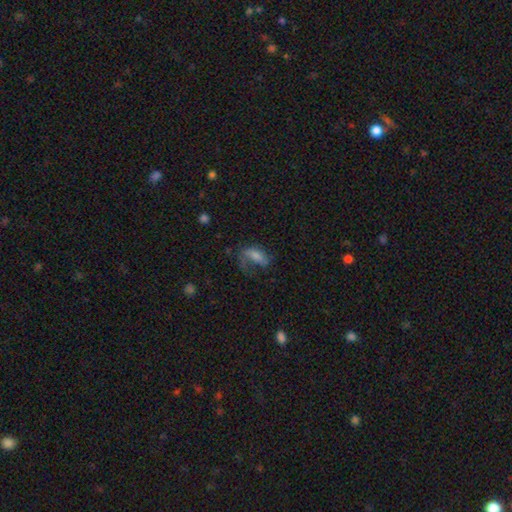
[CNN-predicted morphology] Q: Smooth or featured?
A: featured or disk (47%); runner-up: smooth (41%)
Q: Merging?
A: none (39%); runner-up: major disturbance (38%)